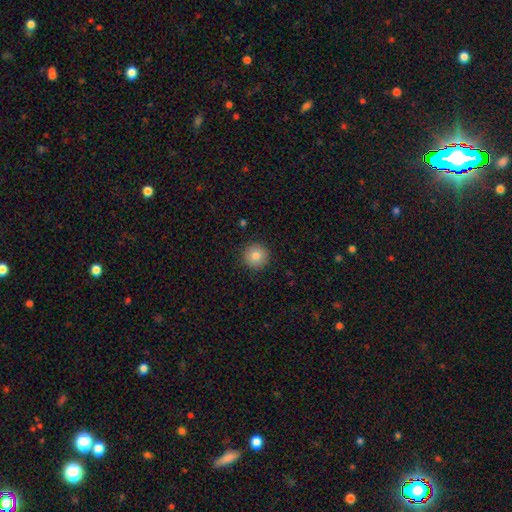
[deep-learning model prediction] smooth-or-featured: smooth: 82% | star or artifact: 10% | featured or disk: 8%
  how-rounded: round: 96% | in between: 3% | cigar-shaped: 1%
  merging: none: 91% | minor disturbance: 6% | major disturbance: 2% | merger: 1%